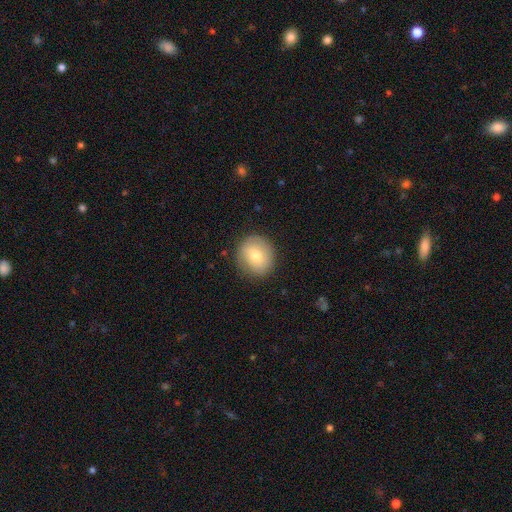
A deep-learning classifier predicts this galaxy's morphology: This appears to be a smooth galaxy with no disk features (70%) that is round (84%). Merging: none (85%).